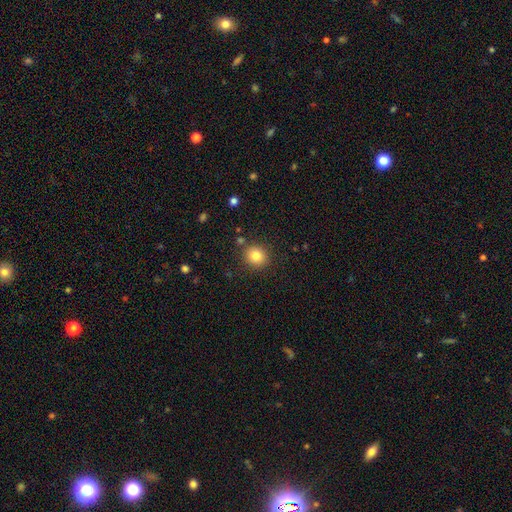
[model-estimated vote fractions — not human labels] A smooth galaxy with no disk features (82%) that is round (85%). Merging: none (87%).